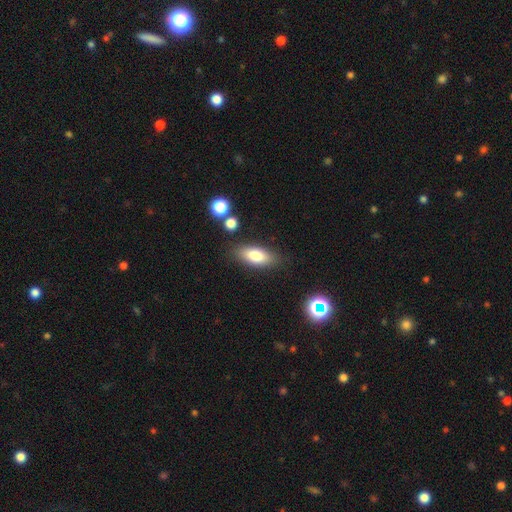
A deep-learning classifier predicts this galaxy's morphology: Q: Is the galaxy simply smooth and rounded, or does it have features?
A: smooth — 78%.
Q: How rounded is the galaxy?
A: in between — 80%.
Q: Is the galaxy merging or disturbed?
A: none — 82%.